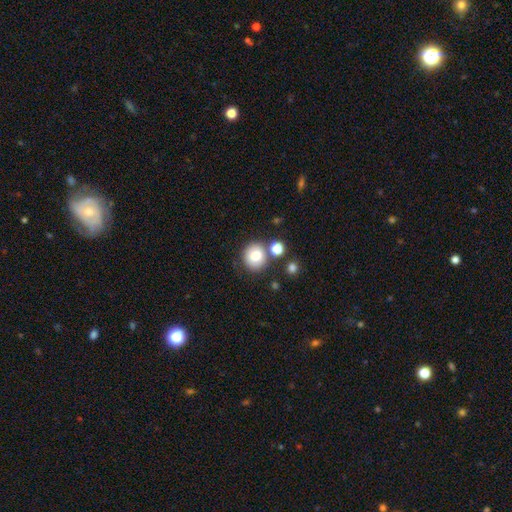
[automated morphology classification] smooth 78%, featured or disk 11%, star or artifact 11%. Down the decision tree: how rounded — round (87%); merging — none (75%).